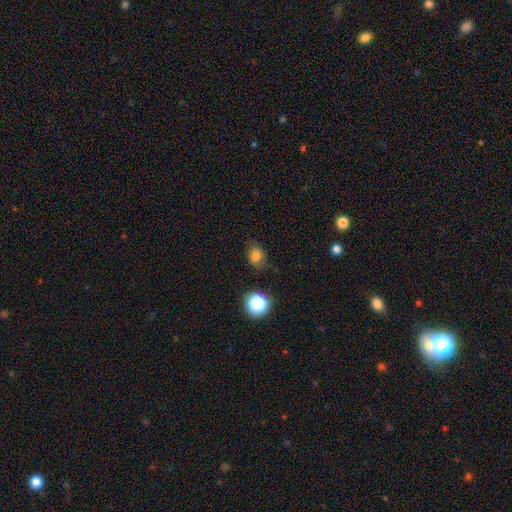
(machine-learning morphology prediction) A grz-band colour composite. It shows a smooth galaxy with no disk features (77%) that is in between round and cigar-shaped (51%). Merging: none (70%).